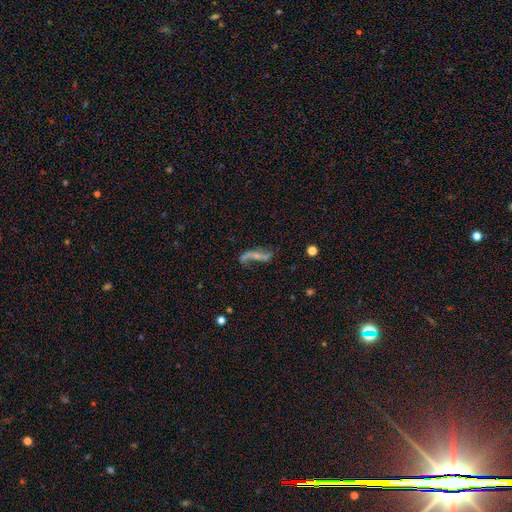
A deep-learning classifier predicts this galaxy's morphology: Smooth or featured? Predicted: featured or disk (p=0.74). Edge-on disk? Predicted: no (p=0.87). Bar? Predicted: no (p=0.49). Spiral arms? Predicted: yes (p=0.86). Spiral winding? Predicted: loose (p=0.92). Spiral arm count? Predicted: 2 (p=0.86). Bulge size? Predicted: small (p=0.45). Merging? Predicted: none (p=0.54).